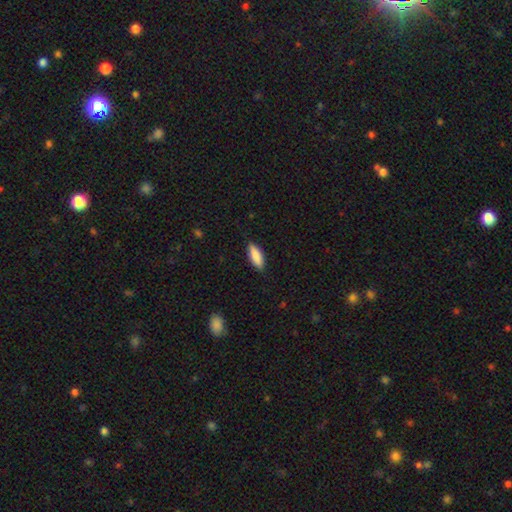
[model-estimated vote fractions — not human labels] This appears to be a smooth galaxy with no disk features (87%) that is in between round and cigar-shaped (70%). Merging: none (86%).